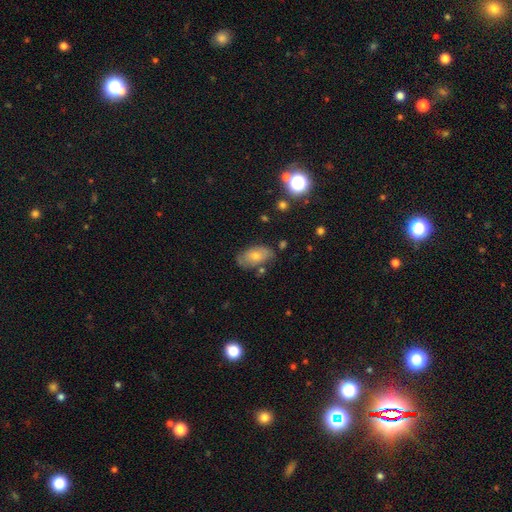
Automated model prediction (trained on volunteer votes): smooth 55%, featured or disk 32%, star or artifact 13%. Down the decision tree: how rounded — in between (90%); merging — none (73%).